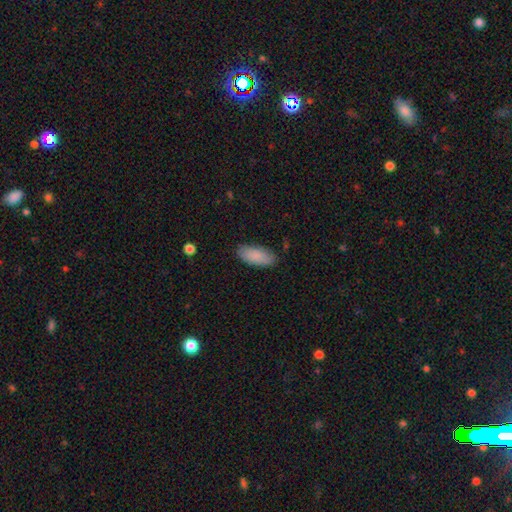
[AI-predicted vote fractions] A smooth galaxy with no disk features (87%) that is in between round and cigar-shaped (86%).

Vote fractions:
- Smooth or featured? smooth: 87% / featured or disk: 7% / star or artifact: 6%
- How rounded? in between: 86% / cigar-shaped: 12% / round: 2%
- Merging? none: 83% / minor disturbance: 13% / major disturbance: 3% / merger: 1%